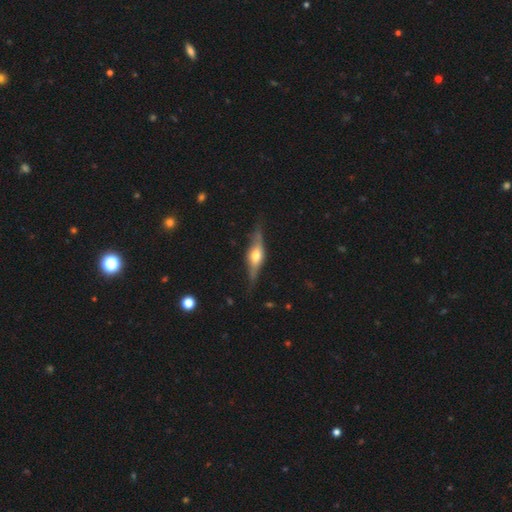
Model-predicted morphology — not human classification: smooth-or-featured: featured or disk: 68% | smooth: 26% | star or artifact: 6%
  disk-edge-on: yes: 94% | no: 6%
    edge-on-bulge: rounded: 90% | boxy: 7% | none: 2%
  merging: none: 81% | minor disturbance: 14% | major disturbance: 3% | merger: 1%